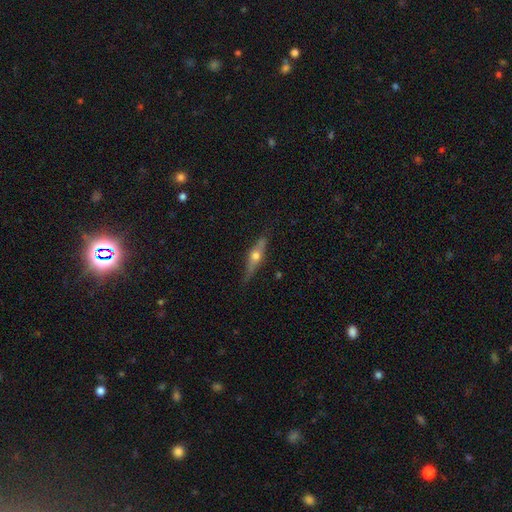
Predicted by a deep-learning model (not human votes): This appears to be a featured or disk galaxy (71%) viewed edge-on (95%) with a rounded central bulge (95%). Merging: none (82%).